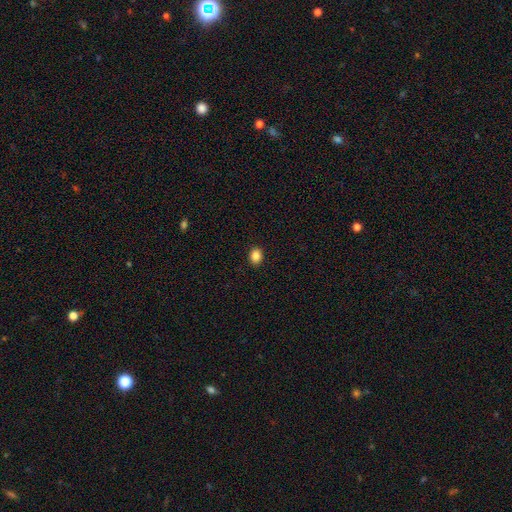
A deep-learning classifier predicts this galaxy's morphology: The model was most divided on "how rounded": in between: 52%, round: 47%, cigar-shaped: 1%. More confident: merging — none (91%); smooth or featured — smooth (87%).